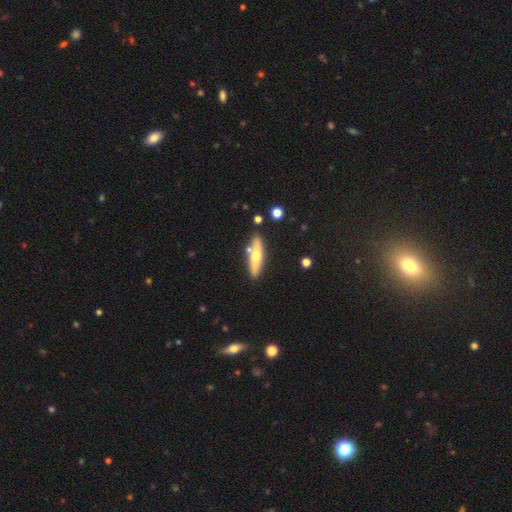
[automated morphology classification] Smooth or featured?
  - smooth: 52% *
  - featured or disk: 42%
  - star or artifact: 6%
How rounded?
  - cigar-shaped: 60% *
  - in between: 38%
  - round: 2%
Merging?
  - none: 80% *
  - minor disturbance: 11%
  - merger: 7%
  - major disturbance: 2%